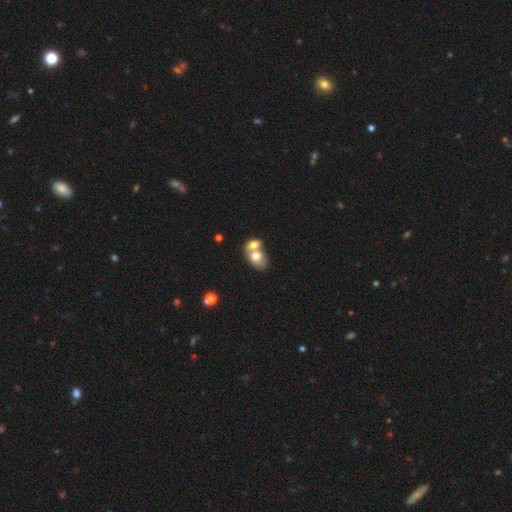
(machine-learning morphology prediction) The model was most divided on "merging": merger: 69%, none: 21%, minor disturbance: 7%, major disturbance: 3%. More confident: how rounded — in between (78%); smooth or featured — smooth (71%).